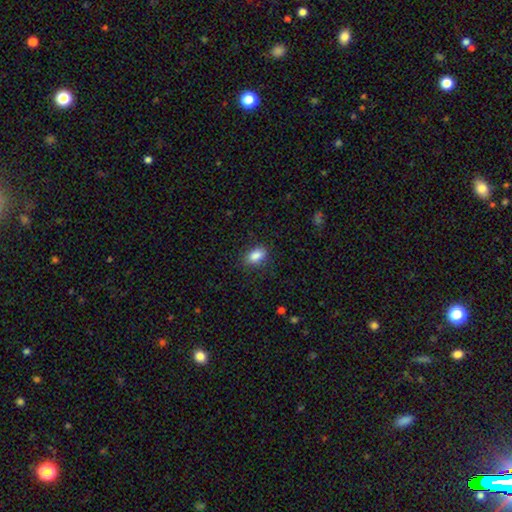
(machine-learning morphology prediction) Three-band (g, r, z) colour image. It shows a smooth galaxy with no disk features (87%) that is in between round and cigar-shaped (88%). Merging: none (85%).